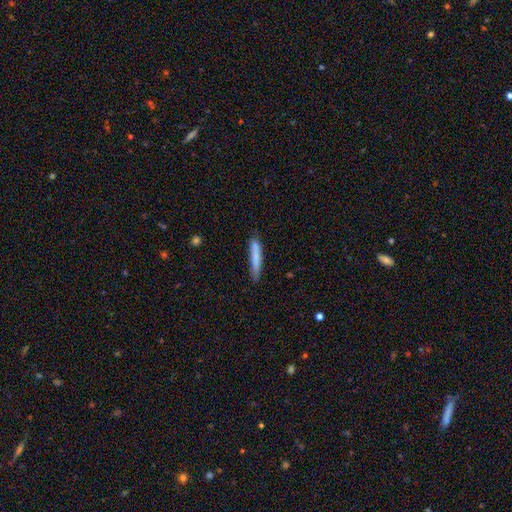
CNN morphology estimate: smooth-or-featured: smooth: 78% | featured or disk: 16% | star or artifact: 6%
  how-rounded: cigar-shaped: 93% | in between: 6% | round: 1%
  merging: none: 79% | minor disturbance: 16% | major disturbance: 3% | merger: 2%